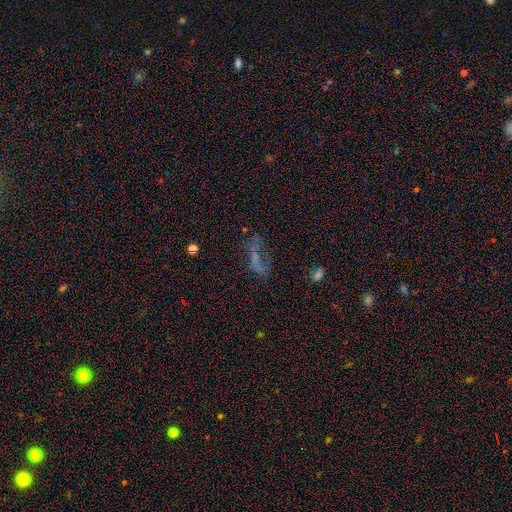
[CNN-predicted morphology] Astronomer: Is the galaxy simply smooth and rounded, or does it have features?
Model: featured or disk — 35% (runner-up: smooth, 34%).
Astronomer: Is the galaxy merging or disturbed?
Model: none — 42% (runner-up: major disturbance, 31%).